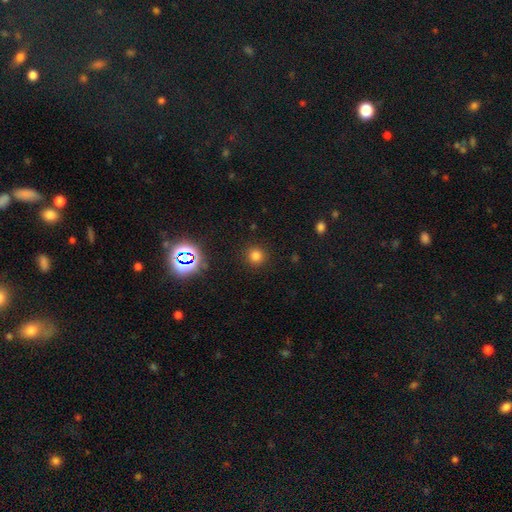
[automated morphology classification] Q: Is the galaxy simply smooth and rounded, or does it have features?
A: smooth — 75%.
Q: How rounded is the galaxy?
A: round — 91%.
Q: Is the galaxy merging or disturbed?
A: none — 90%.